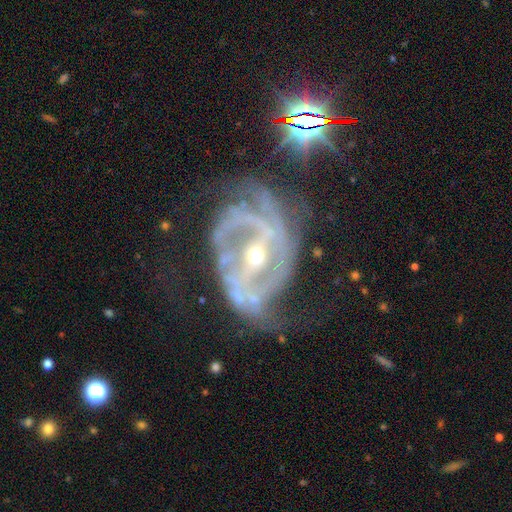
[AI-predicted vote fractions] Smooth or featured? Predicted: featured or disk (p=0.89). Edge-on disk? Predicted: no (p=0.96). Bar? Predicted: strong (p=0.65). Spiral arms? Predicted: yes (p=0.92). Spiral winding? Predicted: medium (p=0.45). Spiral arm count? Predicted: 2 (p=0.51). Bulge size? Predicted: small (p=0.57). Merging? Predicted: none (p=0.42).